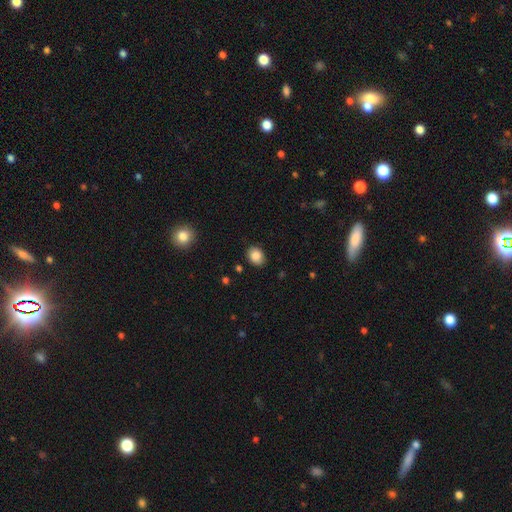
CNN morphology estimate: smooth-or-featured: smooth: 87% | star or artifact: 8% | featured or disk: 5%
  how-rounded: in between: 57% | round: 42% | cigar-shaped: 1%
  merging: none: 87% | minor disturbance: 10% | major disturbance: 2% | merger: 1%